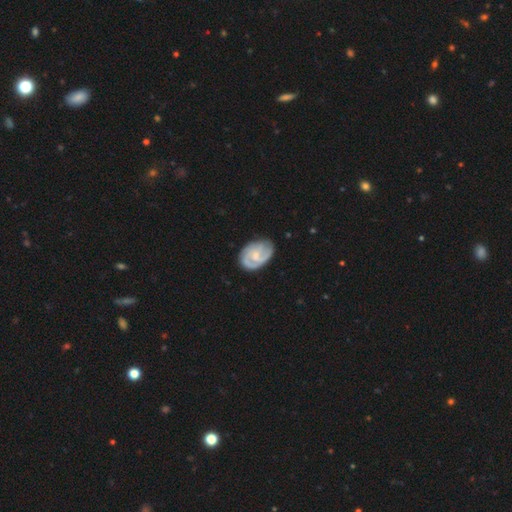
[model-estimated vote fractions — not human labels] Overall: featured or disk (74%). Edge-on disk: no (98%). Bar: no (58%; weak 37%). Spiral arms: yes (92%). Spiral arm count: 2 (39%; 3 24%). Spiral winding: tight (50%; medium 38%). Bulge size: small (55%; moderate 35%). Merging: none (68%).